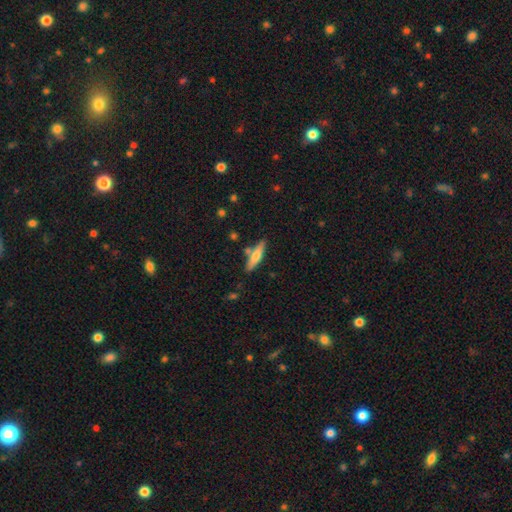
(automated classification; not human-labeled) Morphology: type=smooth (54%); roundness=cigar-shaped (77%); merging=none (77%).